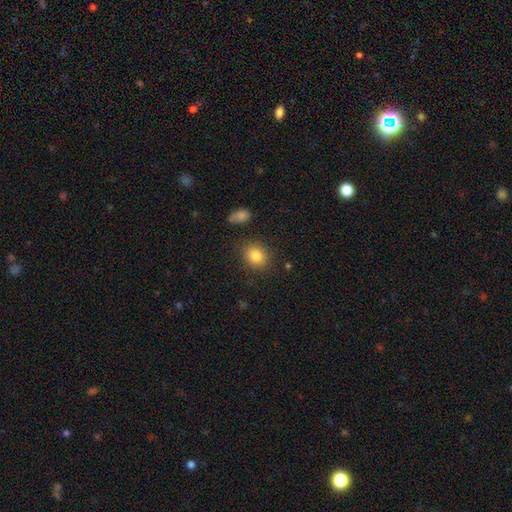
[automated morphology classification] Smooth or featured: smooth — 84% (star or artifact — 10%)
How rounded: round — 70% (in between — 29%)
Merging: none — 85% (minor disturbance — 10%)